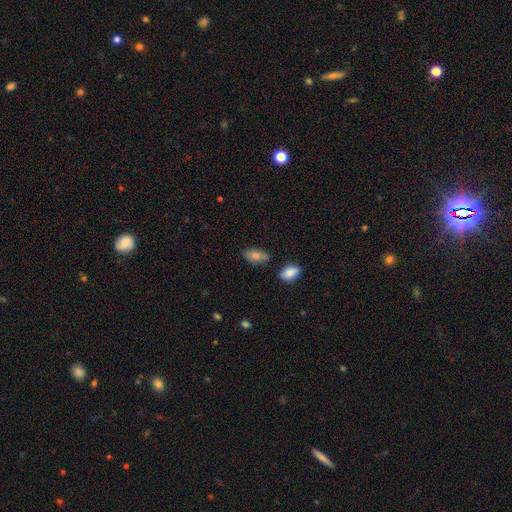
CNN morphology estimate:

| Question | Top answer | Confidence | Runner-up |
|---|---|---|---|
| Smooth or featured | smooth | 72% | featured or disk (20%) |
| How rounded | in between | 90% | round (7%) |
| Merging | none | 78% | minor disturbance (15%) |